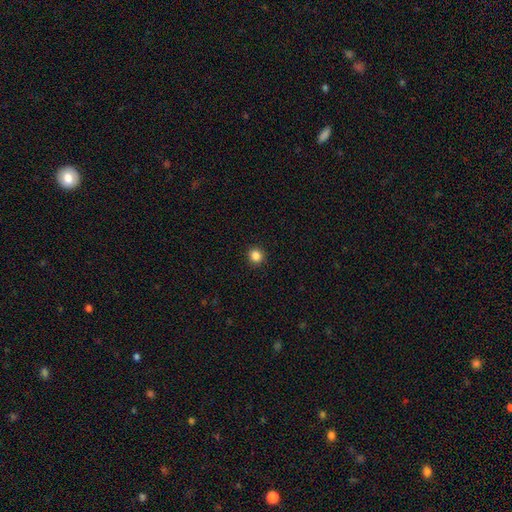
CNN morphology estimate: This is clearly a smooth galaxy (85%). How rounded: clearly round (91%). Merging: clearly none (93%).